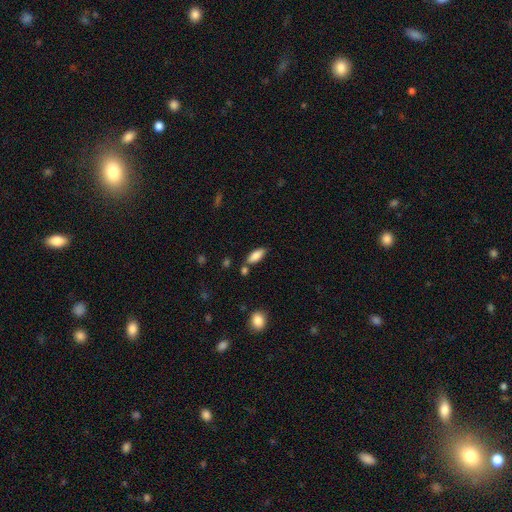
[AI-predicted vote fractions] A smooth galaxy with no disk features (84%) that is in between round and cigar-shaped (77%). Merging: none (75%).